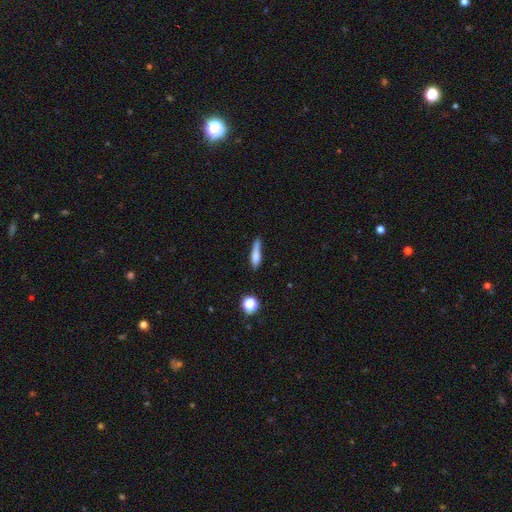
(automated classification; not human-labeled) smooth-or-featured: smooth: 72% | featured or disk: 19% | star or artifact: 9%
  how-rounded: cigar-shaped: 75% | in between: 22% | round: 3%
  merging: none: 55% | minor disturbance: 30% | major disturbance: 9% | merger: 6%